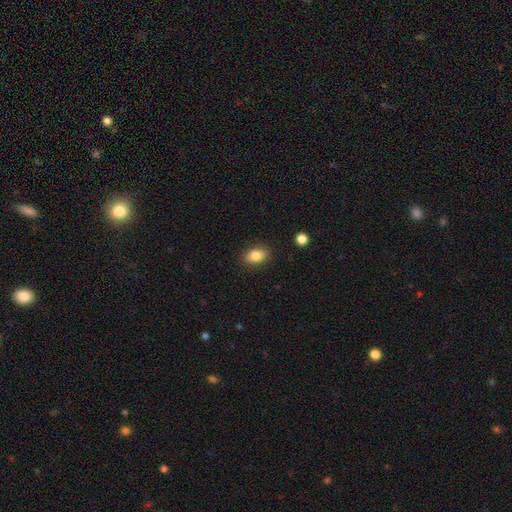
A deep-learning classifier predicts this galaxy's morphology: Smooth or featured?
  - smooth: 84% *
  - star or artifact: 9%
  - featured or disk: 7%
How rounded?
  - in between: 79% *
  - round: 19%
  - cigar-shaped: 2%
Merging?
  - none: 88% *
  - minor disturbance: 9%
  - major disturbance: 2%
  - merger: 1%